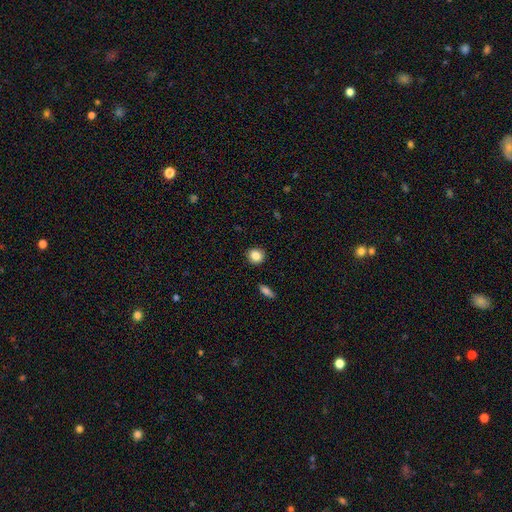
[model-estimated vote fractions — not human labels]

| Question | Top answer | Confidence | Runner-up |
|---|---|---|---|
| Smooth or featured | smooth | 85% | star or artifact (9%) |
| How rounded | round | 85% | in between (14%) |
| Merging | none | 91% | minor disturbance (6%) |